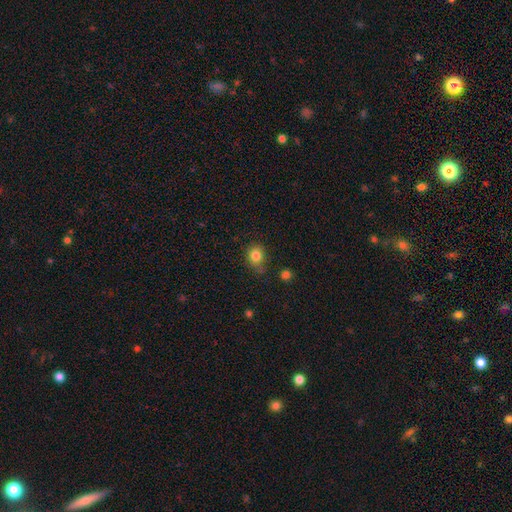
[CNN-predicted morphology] A smooth galaxy with no disk features (82%) that is round (65%).

Vote fractions:
- Smooth or featured? smooth: 82% / star or artifact: 11% / featured or disk: 7%
- How rounded? round: 65% / in between: 34% / cigar-shaped: 1%
- Merging? none: 67% / minor disturbance: 24% / major disturbance: 6% / merger: 3%